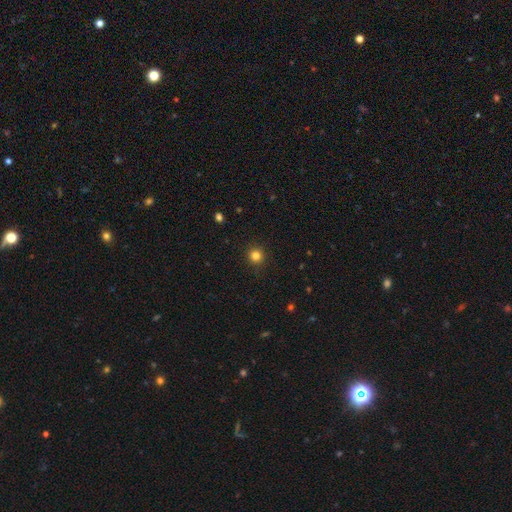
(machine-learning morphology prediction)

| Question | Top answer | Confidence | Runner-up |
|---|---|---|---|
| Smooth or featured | smooth | 82% | star or artifact (13%) |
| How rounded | round | 95% | in between (4%) |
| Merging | none | 92% | minor disturbance (5%) |